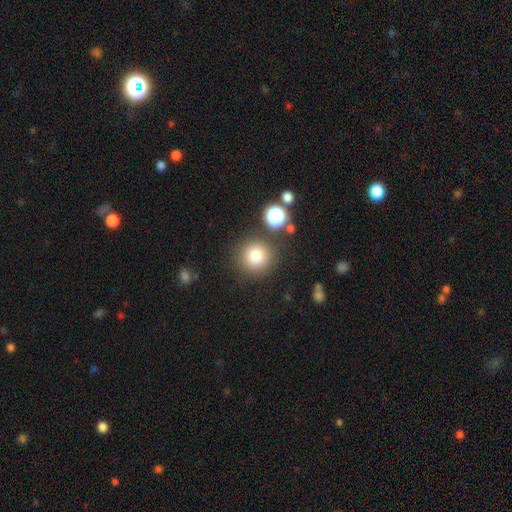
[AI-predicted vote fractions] This appears to be a smooth galaxy with no disk features (81%) that is round (93%). Merging: none (83%).